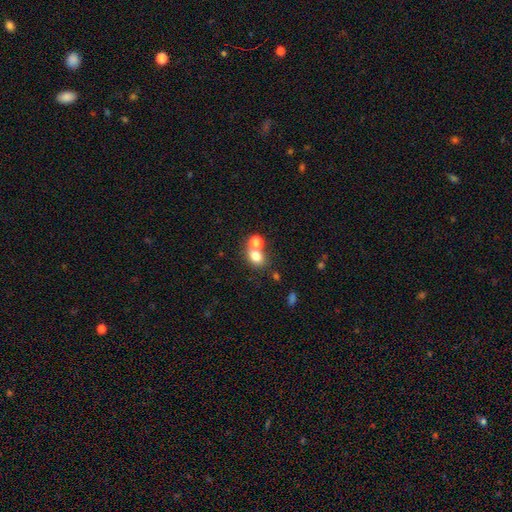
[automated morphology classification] A smooth galaxy with no disk features (76%) that is round (56%). Merging: none (49%).